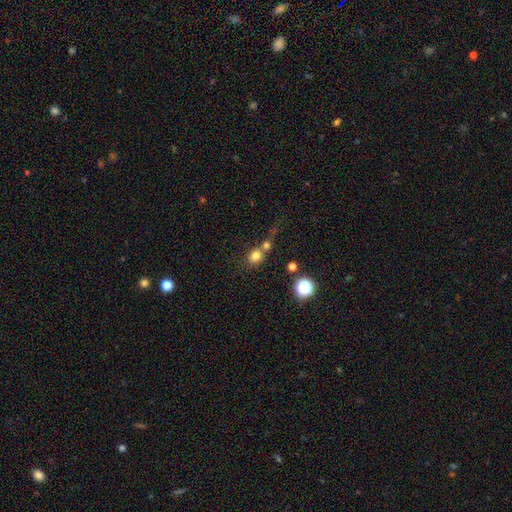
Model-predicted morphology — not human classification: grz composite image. It shows a smooth galaxy with no disk features (76%) that is round (74%). Merging: none (47%).